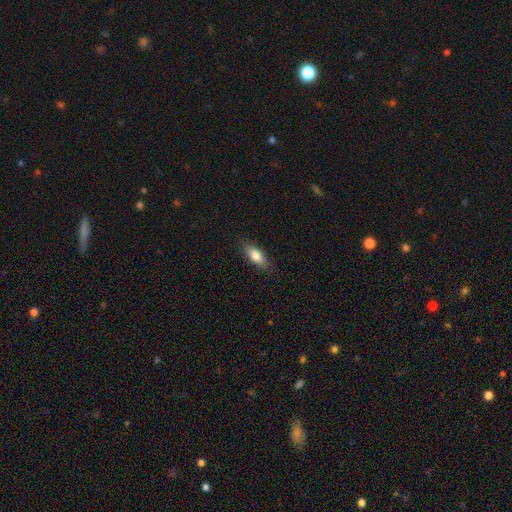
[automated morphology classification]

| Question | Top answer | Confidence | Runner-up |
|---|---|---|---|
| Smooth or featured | smooth | 77% | featured or disk (16%) |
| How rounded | in between | 76% | cigar-shaped (20%) |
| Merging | none | 84% | minor disturbance (12%) |